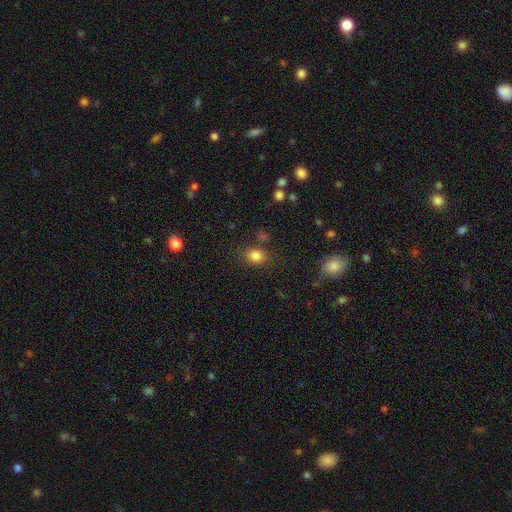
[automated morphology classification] This is clearly a smooth galaxy (82%). How rounded: possibly round (52%). Merging: likely none (77%).